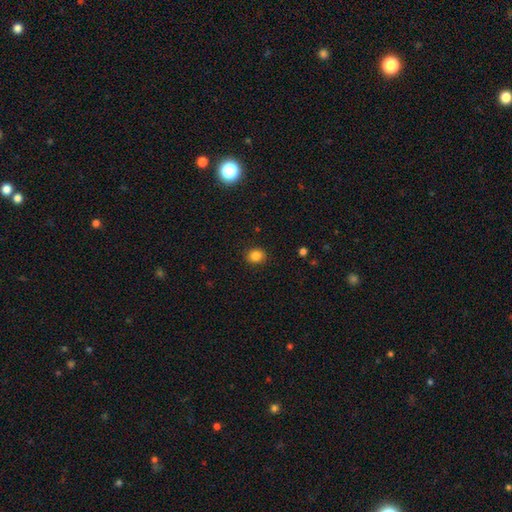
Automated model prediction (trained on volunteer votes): This is clearly a smooth galaxy (84%). How rounded: likely round (73%). Merging: clearly none (90%).